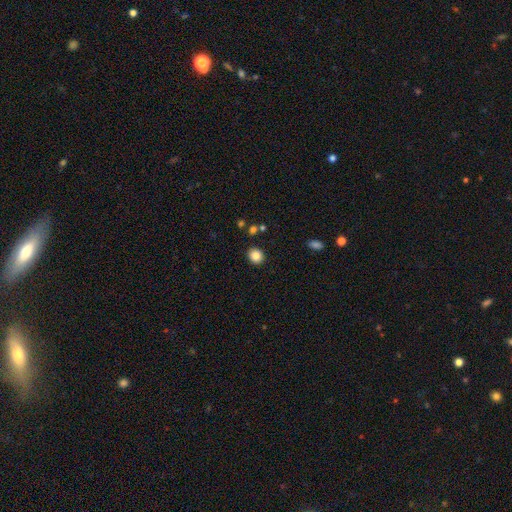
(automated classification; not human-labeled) smooth 85%, star or artifact 10%, featured or disk 6%. Down the decision tree: how rounded — round (75%); merging — none (88%).